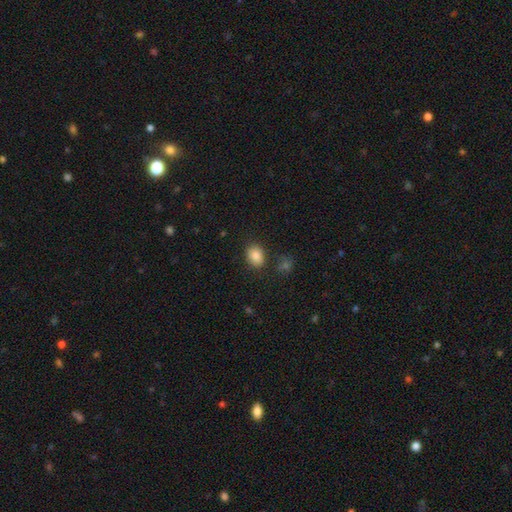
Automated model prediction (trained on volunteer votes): Smooth or featured?
  - smooth: 84% *
  - star or artifact: 9%
  - featured or disk: 7%
How rounded?
  - in between: 62% *
  - round: 37%
  - cigar-shaped: 1%
Merging?
  - none: 81% *
  - minor disturbance: 12%
  - merger: 4%
  - major disturbance: 3%